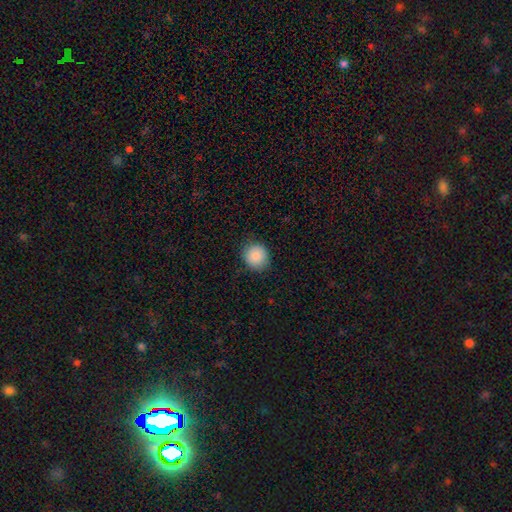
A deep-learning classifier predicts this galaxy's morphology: The model was most divided on "how rounded": round: 84%, in between: 15%, cigar-shaped: 1%. More confident: smooth or featured — smooth (86%); merging — none (84%).